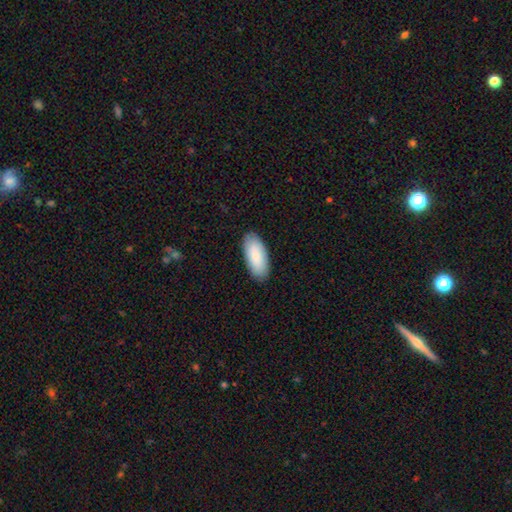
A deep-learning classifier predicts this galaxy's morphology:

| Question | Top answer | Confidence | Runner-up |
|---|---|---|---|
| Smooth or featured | smooth | 87% | featured or disk (8%) |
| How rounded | in between | 89% | cigar-shaped (10%) |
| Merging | none | 89% | minor disturbance (9%) |